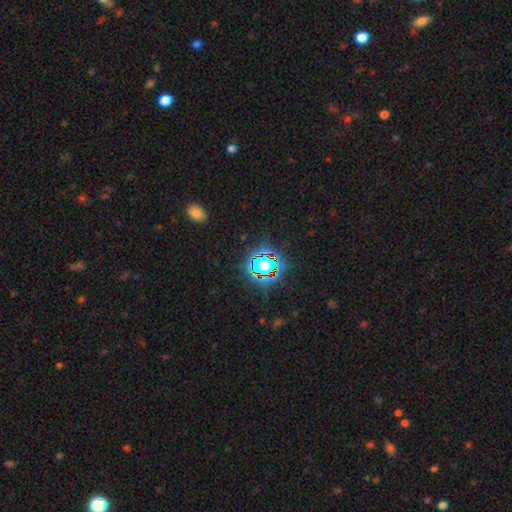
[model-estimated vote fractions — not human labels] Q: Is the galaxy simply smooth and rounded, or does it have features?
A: star or artifact — 78%.